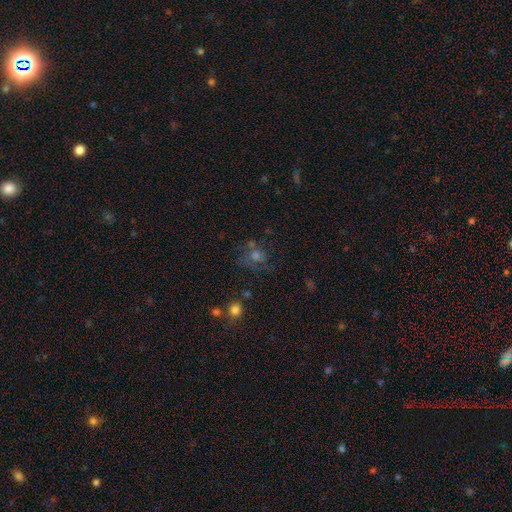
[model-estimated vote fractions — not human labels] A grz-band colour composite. It shows a smooth galaxy with no disk features (36%). Merging: none (53%).